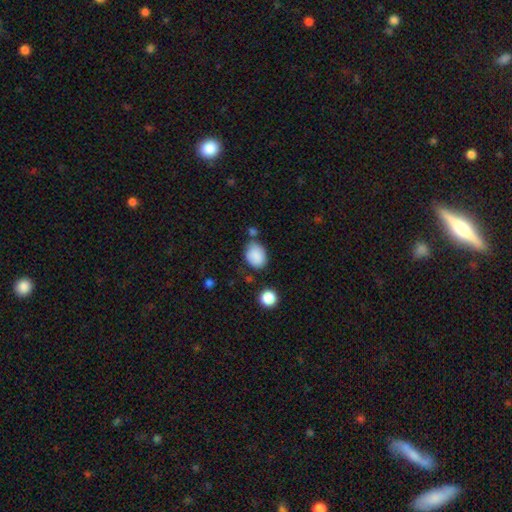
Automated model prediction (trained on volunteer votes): smooth-or-featured: smooth: 87% | star or artifact: 8% | featured or disk: 5%
  how-rounded: in between: 63% | round: 36% | cigar-shaped: 1%
  merging: none: 66% | minor disturbance: 20% | merger: 9% | major disturbance: 5%